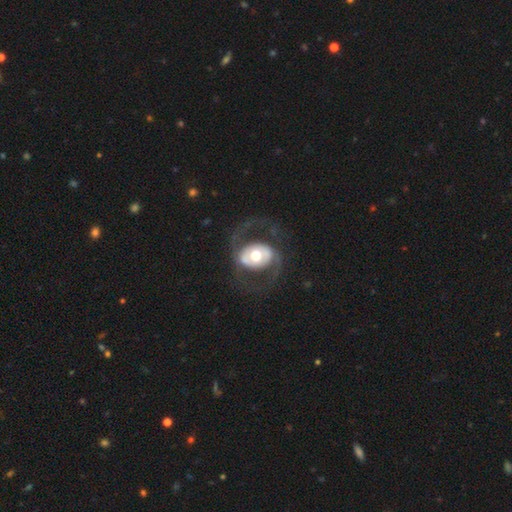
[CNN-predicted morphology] This appears to be a featured or disk galaxy (78%) with no bar (59%), 2 (90%) medium (45%) spiral arms (76%) and a moderate central bulge (65%). Merging: none (65%).